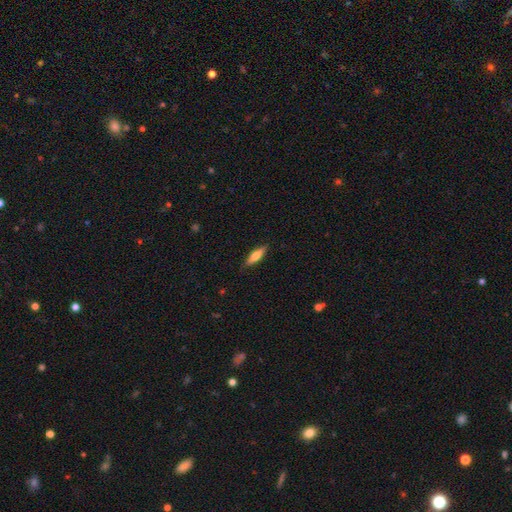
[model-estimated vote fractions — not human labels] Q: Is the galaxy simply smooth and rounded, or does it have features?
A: smooth — 57%.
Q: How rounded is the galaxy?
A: cigar-shaped — 68%.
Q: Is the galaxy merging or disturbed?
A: none — 87%.